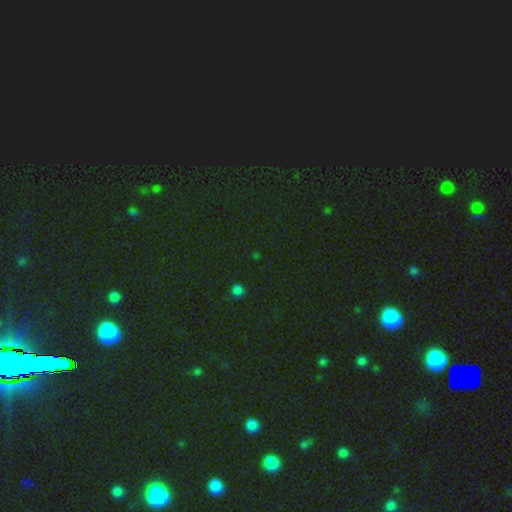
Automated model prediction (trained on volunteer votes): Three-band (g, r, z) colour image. It shows a star or artifact, not a galaxy (75%).